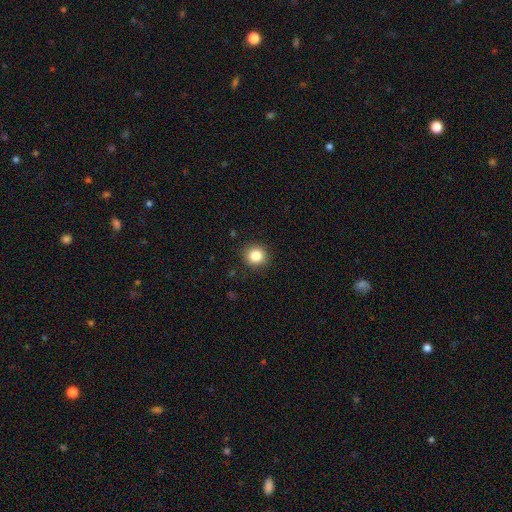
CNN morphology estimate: Smooth or featured?
  - smooth: 84% *
  - star or artifact: 11%
  - featured or disk: 5%
How rounded?
  - round: 89% *
  - in between: 10%
  - cigar-shaped: 1%
Merging?
  - none: 91% *
  - minor disturbance: 6%
  - major disturbance: 2%
  - merger: 1%